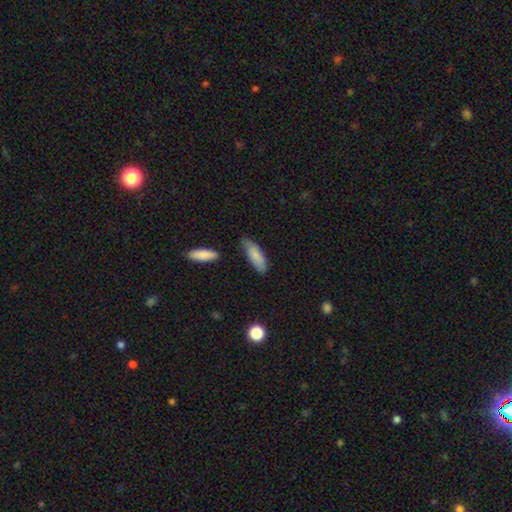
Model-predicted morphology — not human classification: Overall: smooth (84%). How rounded: in between (63%; cigar-shaped 35%). Merging: none (63%; minor disturbance 28%).